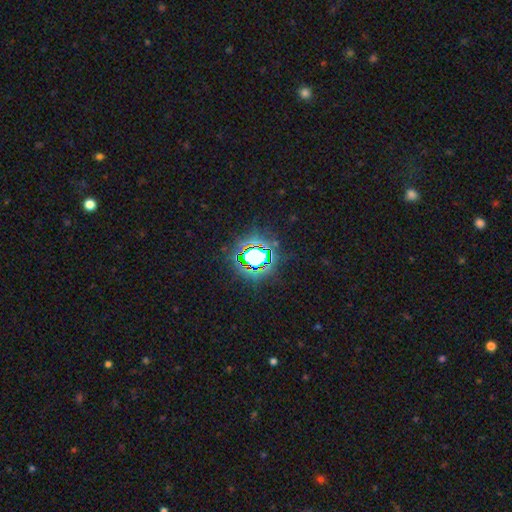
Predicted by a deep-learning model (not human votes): A star or artifact, not a galaxy (70%).

Vote fractions:
- Smooth or featured? star or artifact: 70% / smooth: 19% / featured or disk: 11%